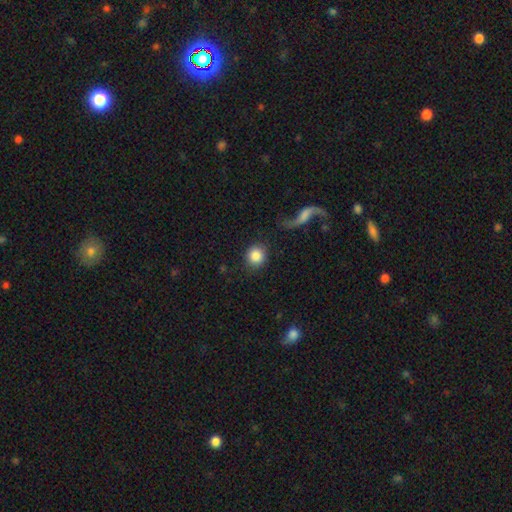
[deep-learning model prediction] Morphology: type=smooth (84%); roundness=round (91%); merging=none (81%).